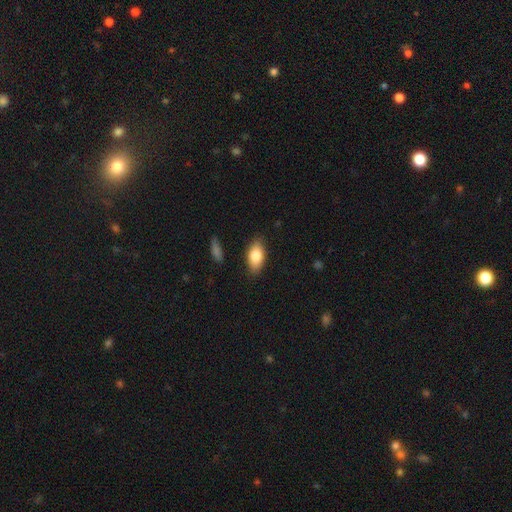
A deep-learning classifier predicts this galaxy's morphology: Smooth or featured: smooth — 81% (featured or disk — 12%)
How rounded: in between — 90% (cigar-shaped — 7%)
Merging: none — 85% (minor disturbance — 11%)